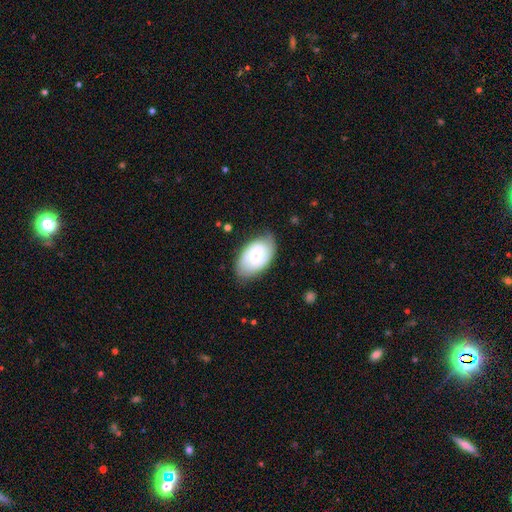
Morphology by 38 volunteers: smooth_or_featured: featured or disk (p=0.66) [alt: smooth p=0.34]
disk_edge_on: no (p=0.96) [alt: yes p=0.04]
bar: weak (p=0.50) [alt: no p=0.42]
has_spiral_arms: yes (p=0.75) [alt: no p=0.25]
spiral_winding: medium (p=0.50) [alt: loose p=0.28]
spiral_arm_count: 2 (p=1.00)
bulge_size: moderate (p=0.46) [alt: small p=0.33]
merging: none (p=0.68) [alt: minor disturbance p=0.26]